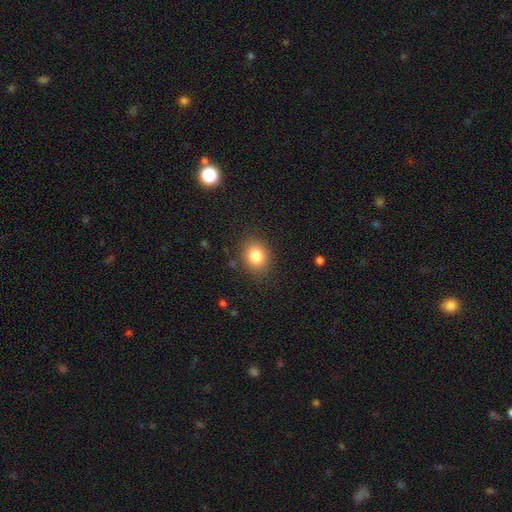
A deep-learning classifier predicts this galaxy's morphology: This is clearly a smooth galaxy (83%). How rounded: possibly round (55%). Merging: clearly none (85%).